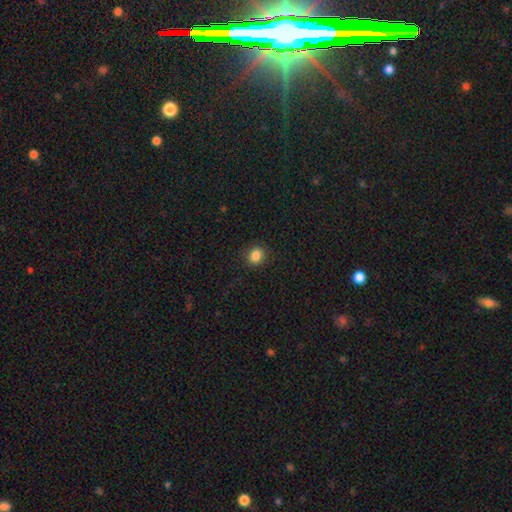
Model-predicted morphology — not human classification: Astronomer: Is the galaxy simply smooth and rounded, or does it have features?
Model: smooth — 86%.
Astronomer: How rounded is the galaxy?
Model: round — 65%.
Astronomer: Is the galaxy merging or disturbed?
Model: none — 90%.